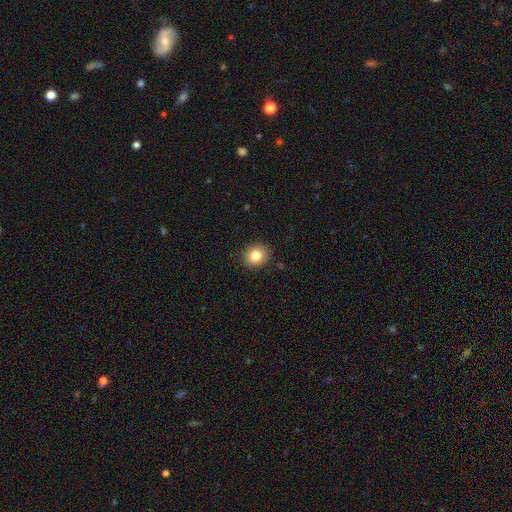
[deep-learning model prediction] smooth_or_featured: smooth (p=0.82) [alt: star or artifact p=0.10]
how_rounded: round (p=0.74) [alt: in between p=0.26]
merging: none (p=0.90) [alt: minor disturbance p=0.07]